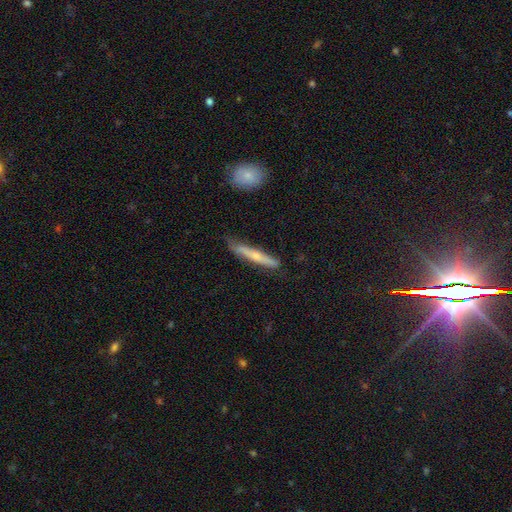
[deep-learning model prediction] Smooth or featured? smooth (48%)
Merging? none (77%)